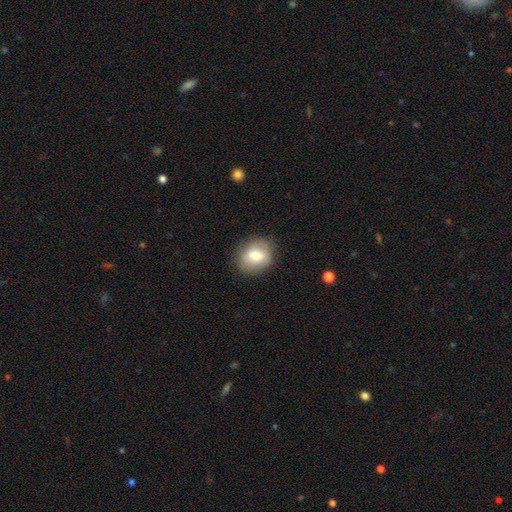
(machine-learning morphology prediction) This appears to be a smooth galaxy with no disk features (72%) that is in between round and cigar-shaped (50%). Merging: none (83%).